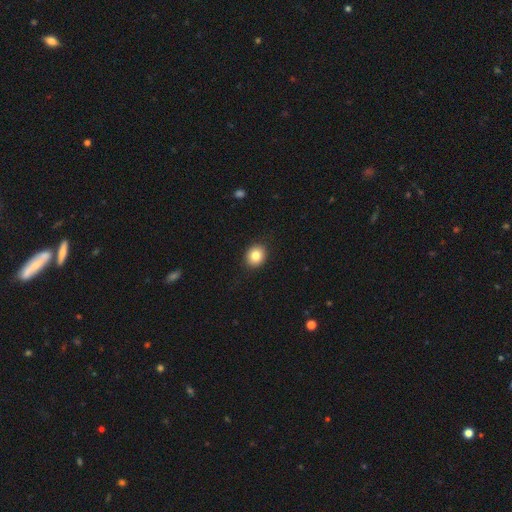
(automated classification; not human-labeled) Morphology: type=smooth (83%); roundness=round (68%); merging=none (90%).